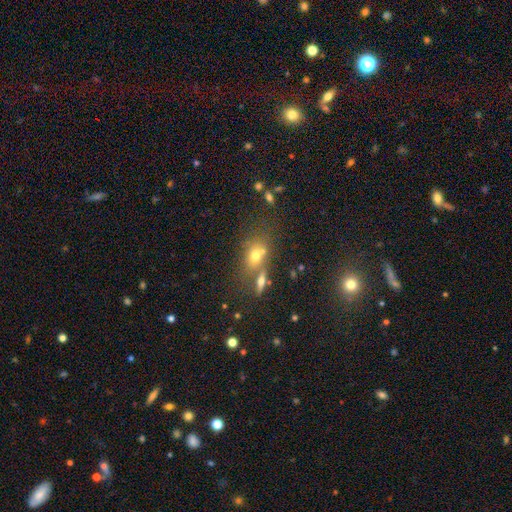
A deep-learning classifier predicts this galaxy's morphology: Overall: smooth (61%). How rounded: in between (54%; round 42%). Merging: none (45%; merger 37%).